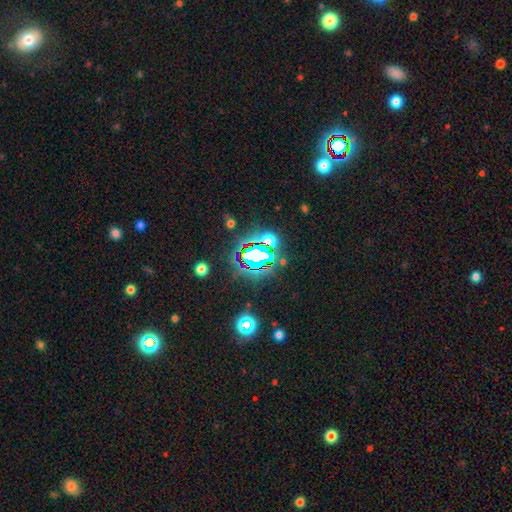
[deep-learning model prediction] smooth_or_featured: star or artifact (p=0.72) [alt: smooth p=0.16]